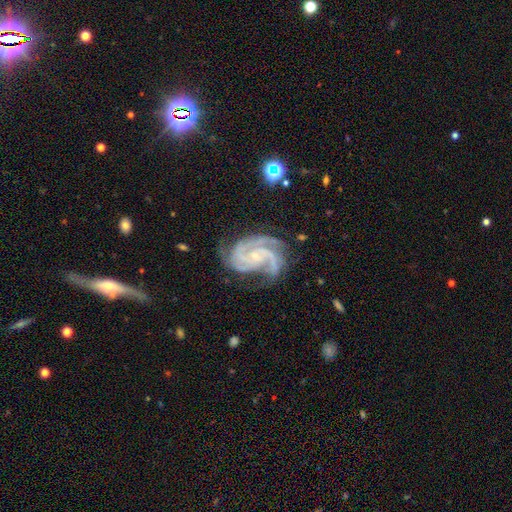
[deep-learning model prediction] smooth-or-featured: featured or disk: 92% | star or artifact: 5% | smooth: 3%
  disk-edge-on: no: 98% | yes: 2%
    bar: no: 62% | weak: 26% | strong: 12%
    has-spiral-arms: yes: 99% | no: 1%
      spiral-winding: tight: 59% | medium: 36% | loose: 5%
      spiral-arm-count: 3: 58% | 4: 16% | 2: 11% | can't tell: 6% | more than 4: 5% | 1: 4%
    bulge-size: small: 76% | moderate: 19% | none: 3% | large: 1% | dominant: 1%
  merging: none: 69% | minor disturbance: 20% | major disturbance: 9% | merger: 2%